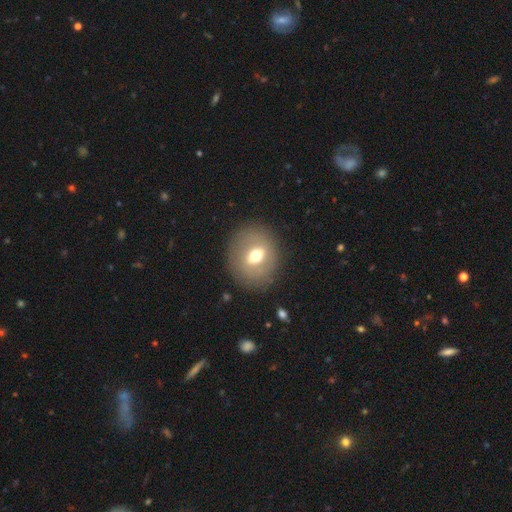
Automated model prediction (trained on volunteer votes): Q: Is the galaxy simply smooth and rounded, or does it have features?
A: smooth — 52%.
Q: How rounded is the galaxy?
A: round — 63%.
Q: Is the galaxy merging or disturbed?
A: none — 83%.